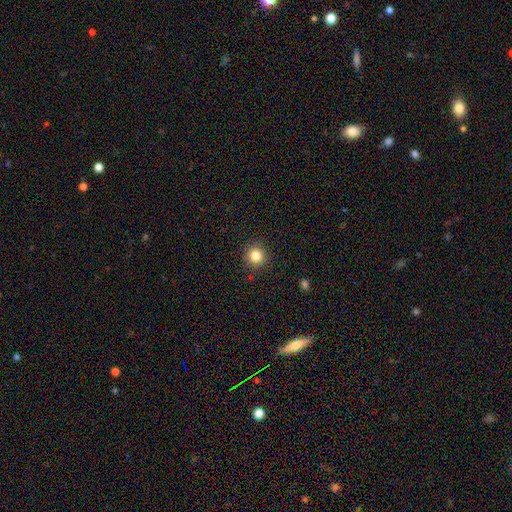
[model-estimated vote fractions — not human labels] smooth 83%, star or artifact 11%, featured or disk 5%. Down the decision tree: how rounded — round (93%); merging — none (89%).